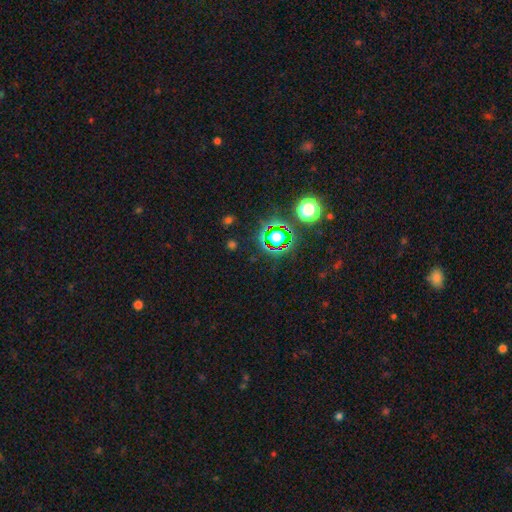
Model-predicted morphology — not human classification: smooth-or-featured: star or artifact: 77% | smooth: 15% | featured or disk: 8%